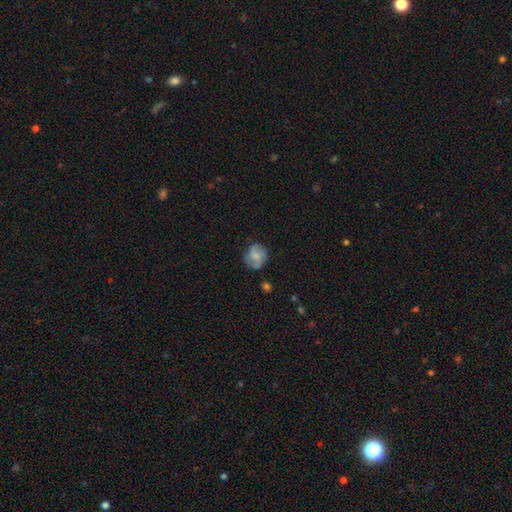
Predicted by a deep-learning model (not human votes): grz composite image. It shows a smooth galaxy with no disk features (58%) that is round (75%). Merging: none (68%).